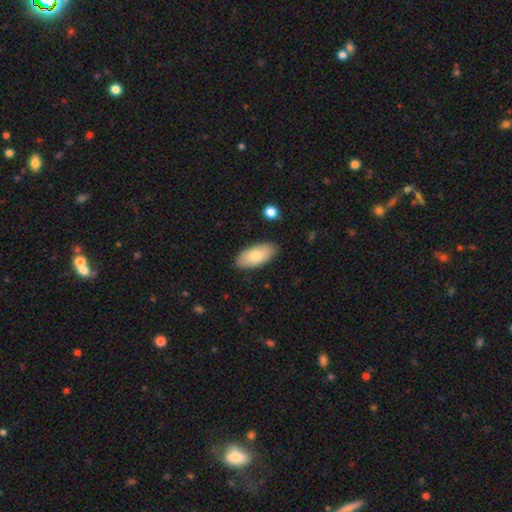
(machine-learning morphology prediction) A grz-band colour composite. It shows a smooth galaxy with no disk features (76%) that is in between round and cigar-shaped (91%). Merging: none (86%).